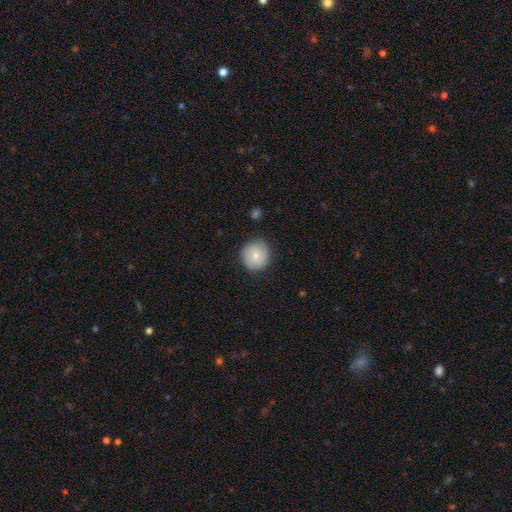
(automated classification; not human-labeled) Q: Smooth or featured?
A: smooth (72%); runner-up: featured or disk (21%)
Q: How rounded?
A: round (90%); runner-up: in between (9%)
Q: Merging?
A: none (82%); runner-up: minor disturbance (14%)